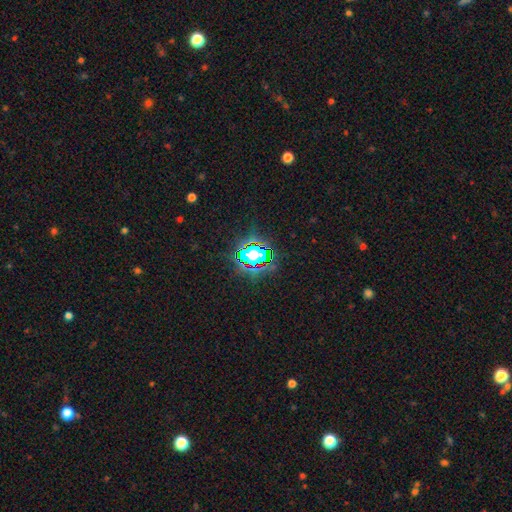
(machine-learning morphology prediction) A star or artifact, not a galaxy (66%).